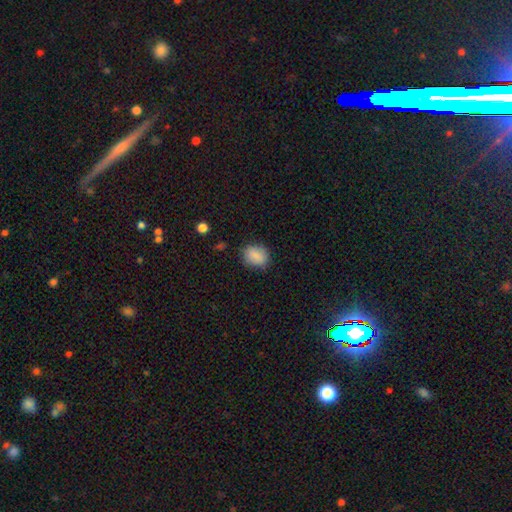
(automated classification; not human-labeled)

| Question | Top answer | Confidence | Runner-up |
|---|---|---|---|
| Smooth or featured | smooth | 86% | star or artifact (8%) |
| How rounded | in between | 56% | round (43%) |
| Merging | none | 78% | minor disturbance (16%) |